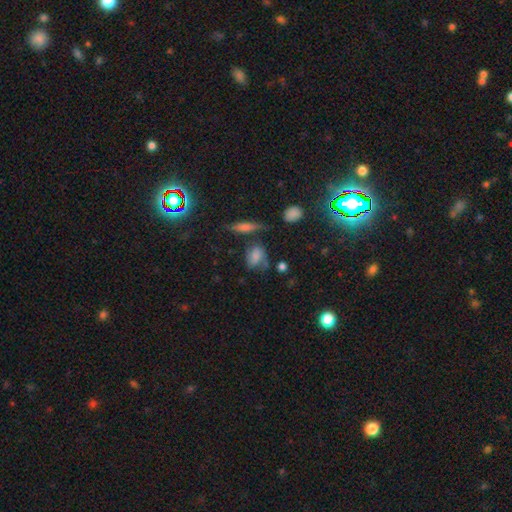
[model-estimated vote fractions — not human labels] A smooth galaxy with no disk features (49%). Merging: none (52%).